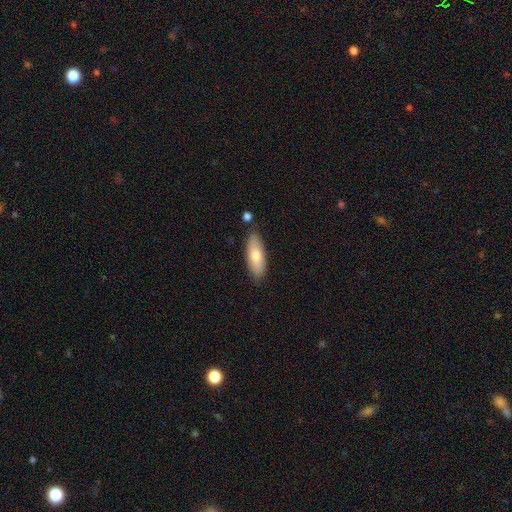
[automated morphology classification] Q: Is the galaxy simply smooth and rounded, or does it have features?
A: smooth — 71%.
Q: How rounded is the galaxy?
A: in between — 68%.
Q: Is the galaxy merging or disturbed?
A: none — 83%.